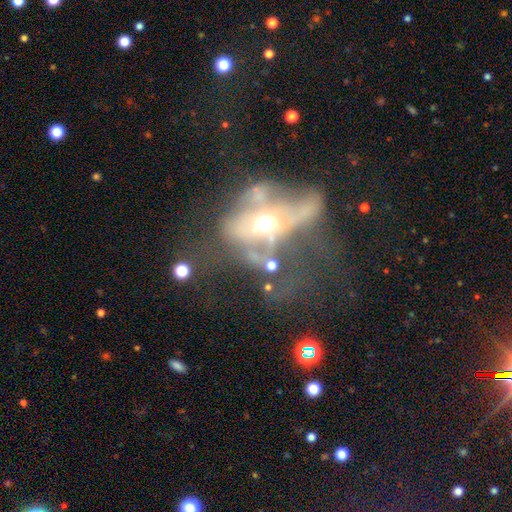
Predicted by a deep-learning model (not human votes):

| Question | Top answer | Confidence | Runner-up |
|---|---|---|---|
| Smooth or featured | featured or disk | 66% | smooth (20%) |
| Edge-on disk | no | 89% | yes (11%) |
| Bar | no | 76% | weak (15%) |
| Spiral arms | no | 77% | yes (23%) |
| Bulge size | moderate | 68% | small (15%) |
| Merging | major disturbance | 52% | merger (19%) |